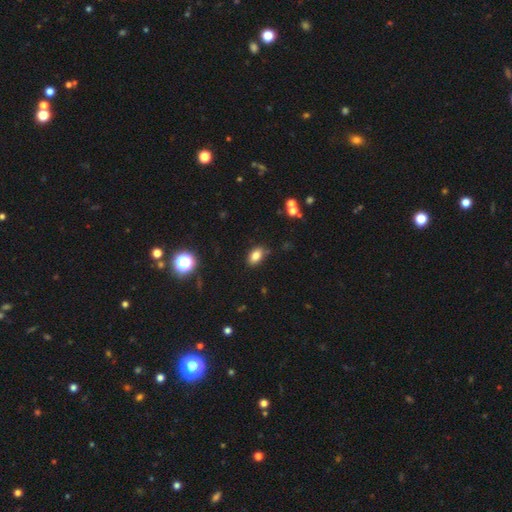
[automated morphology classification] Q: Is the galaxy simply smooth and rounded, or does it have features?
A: smooth — 82%.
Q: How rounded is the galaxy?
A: in between — 87%.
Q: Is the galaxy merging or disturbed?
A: none — 81%.